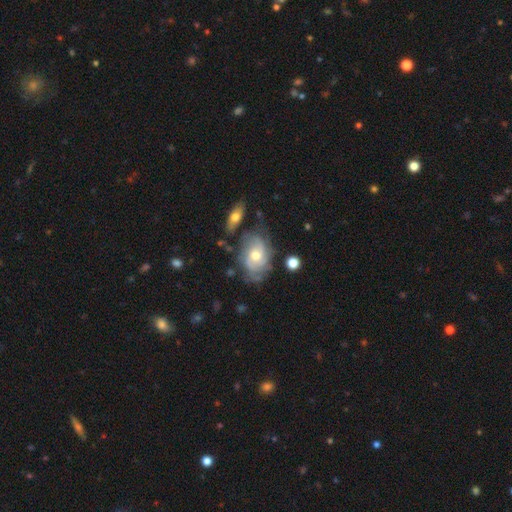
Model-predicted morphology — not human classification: Smooth or featured? featured or disk (71%)
Edge-on disk? no (96%)
Bar? no (73%)
Spiral arms? yes (87%)
Spiral winding? tight (51%)
Spiral arm count? can't tell (43%)
Bulge size? moderate (65%)
Merging? none (55%)